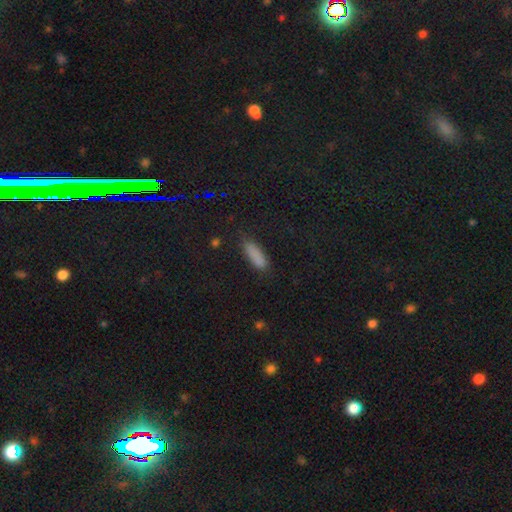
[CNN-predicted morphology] Smooth or featured? Predicted: smooth (p=0.83). How rounded? Predicted: cigar-shaped (p=0.49). Merging? Predicted: none (p=0.75).